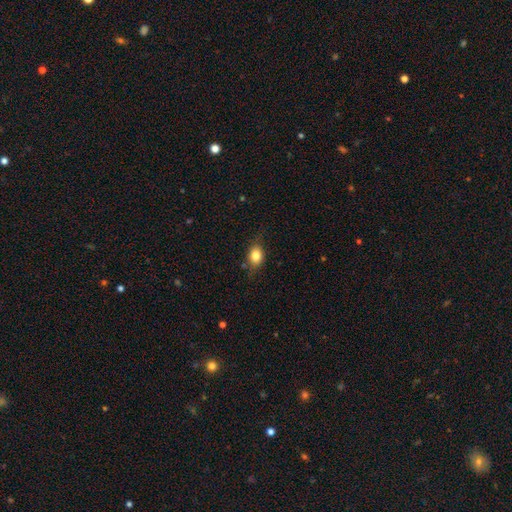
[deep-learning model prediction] Smooth or featured? Predicted: smooth (p=0.81). How rounded? Predicted: in between (p=0.65). Merging? Predicted: none (p=0.72).